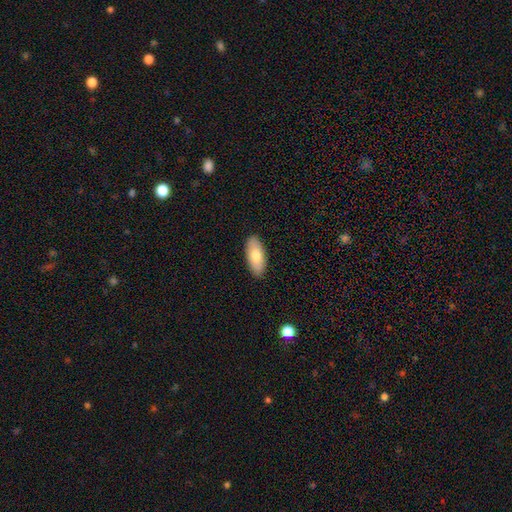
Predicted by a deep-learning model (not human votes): Smooth or featured: smooth — 78% (featured or disk — 16%)
How rounded: in between — 85% (cigar-shaped — 13%)
Merging: none — 90% (minor disturbance — 8%)